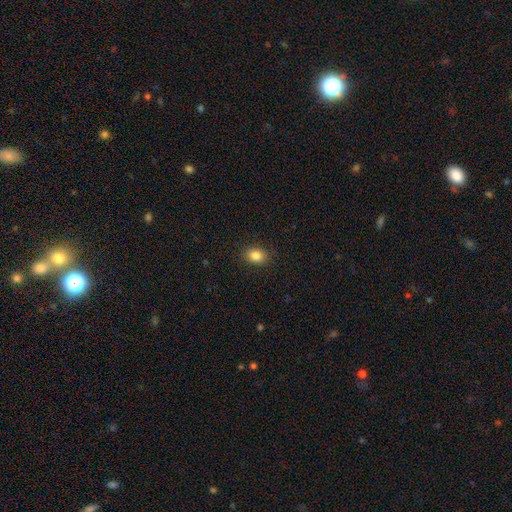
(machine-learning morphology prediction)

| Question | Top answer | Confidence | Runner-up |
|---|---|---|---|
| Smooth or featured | smooth | 85% | star or artifact (9%) |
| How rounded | in between | 68% | round (31%) |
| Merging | none | 89% | minor disturbance (8%) |